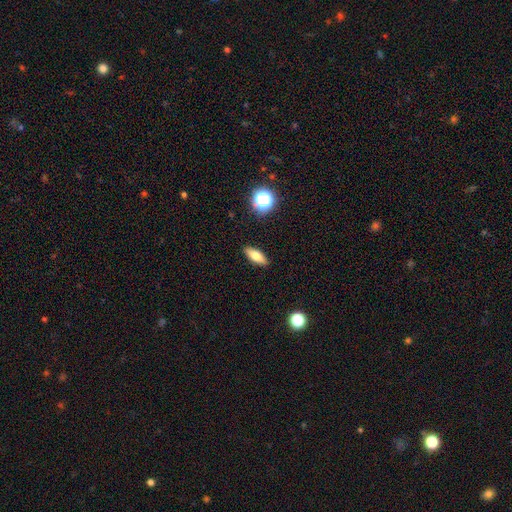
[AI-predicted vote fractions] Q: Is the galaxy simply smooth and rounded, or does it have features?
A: smooth — 74%.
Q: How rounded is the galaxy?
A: in between — 71%.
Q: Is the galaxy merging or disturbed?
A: none — 89%.